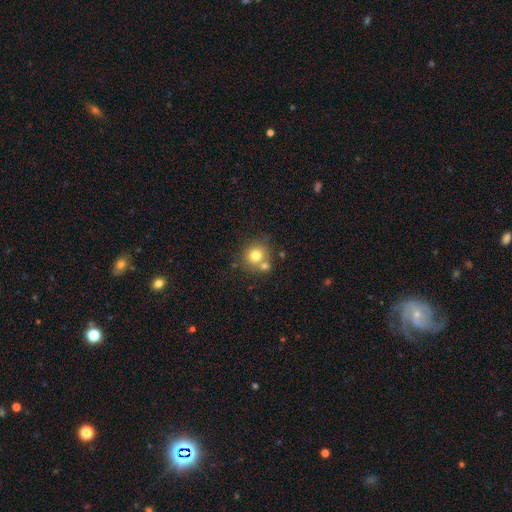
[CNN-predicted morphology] smooth_or_featured: smooth (p=0.76) [alt: featured or disk p=0.12]
how_rounded: round (p=0.87) [alt: in between p=0.12]
merging: none (p=0.59) [alt: merger p=0.27]